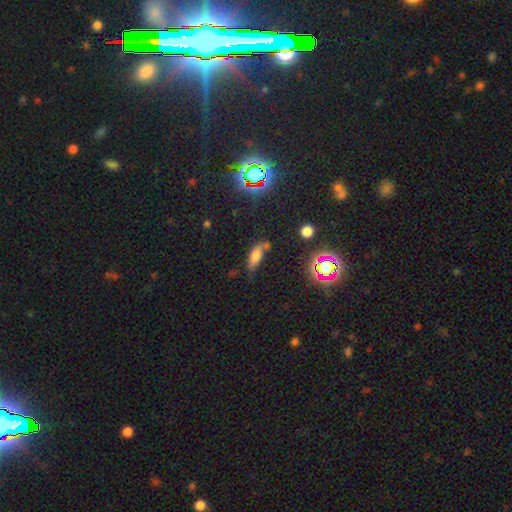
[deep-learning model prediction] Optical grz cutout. It shows a smooth galaxy with no disk features (64%) that is in between round and cigar-shaped (70%). Merging: none (52%).